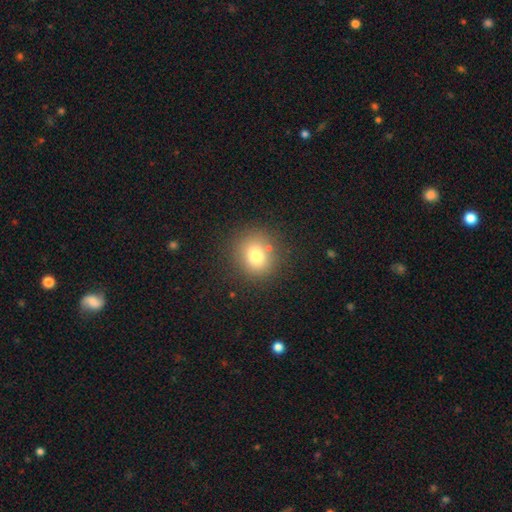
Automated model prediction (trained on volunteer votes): Smooth or featured?
  - smooth: 76% *
  - star or artifact: 14%
  - featured or disk: 10%
How rounded?
  - round: 83% *
  - in between: 16%
  - cigar-shaped: 1%
Merging?
  - none: 82% *
  - minor disturbance: 10%
  - merger: 4%
  - major disturbance: 4%